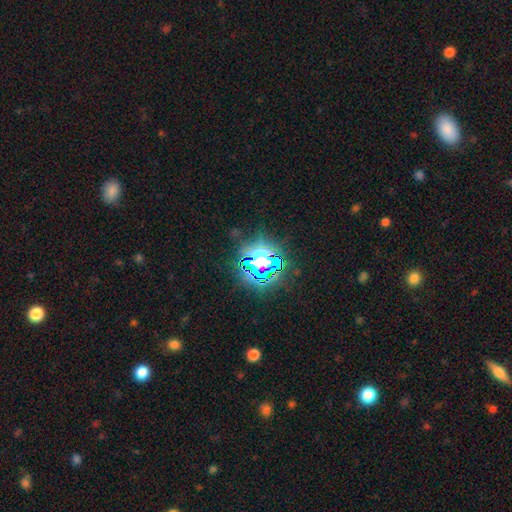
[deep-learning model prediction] This appears to be a star or artifact, not a galaxy (79%).